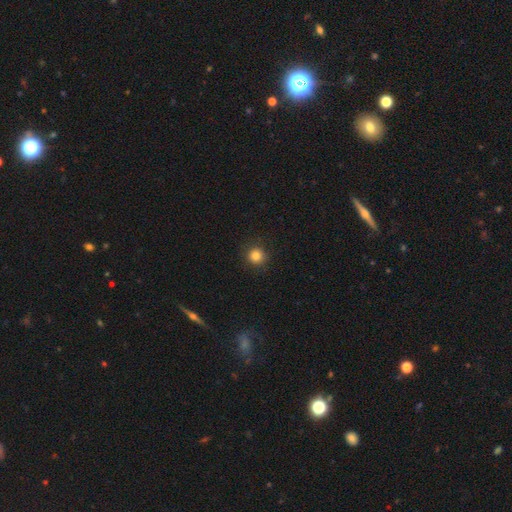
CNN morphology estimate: type=smooth (84%); roundness=round (94%); merging=none (90%).